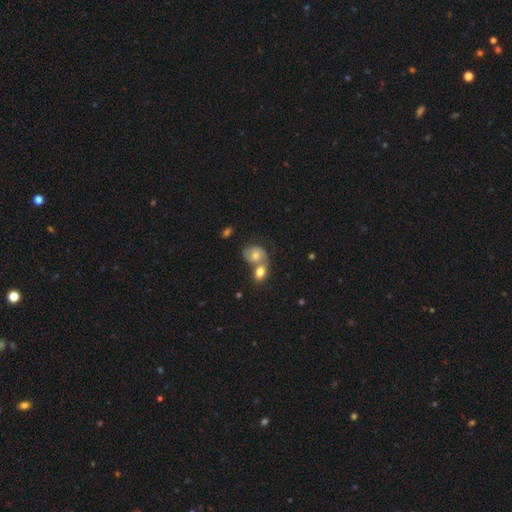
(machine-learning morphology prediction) smooth_or_featured: featured or disk (p=0.50) [alt: smooth p=0.38]
merging: merger (p=0.45) [alt: none p=0.38]